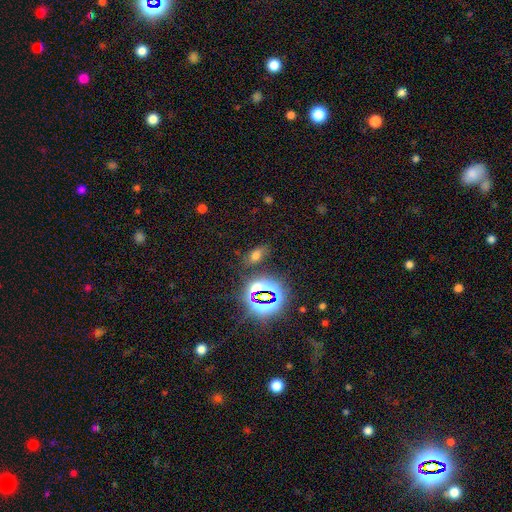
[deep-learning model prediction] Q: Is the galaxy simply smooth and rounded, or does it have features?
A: smooth — 51%.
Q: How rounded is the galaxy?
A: in between — 84%.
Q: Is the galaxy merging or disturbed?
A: none — 74%.